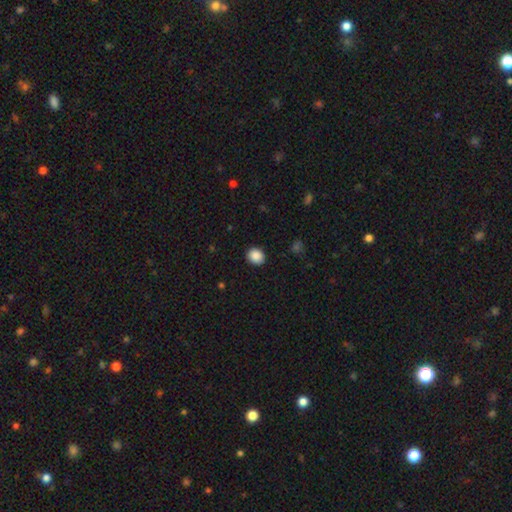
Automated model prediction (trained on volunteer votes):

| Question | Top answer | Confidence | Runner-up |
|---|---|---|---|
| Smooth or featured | smooth | 88% | star or artifact (9%) |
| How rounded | round | 67% | in between (32%) |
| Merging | none | 90% | minor disturbance (7%) |